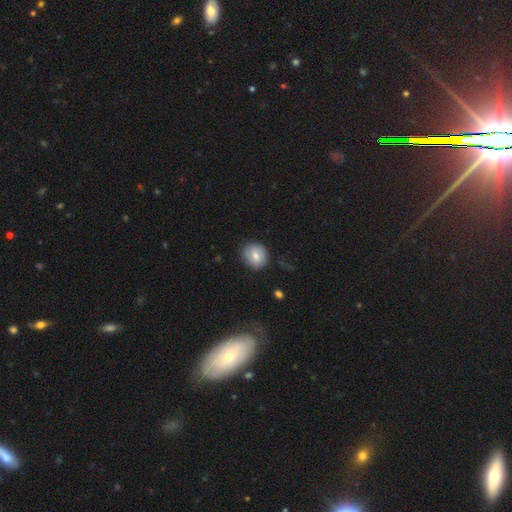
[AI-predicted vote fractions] smooth 74%, featured or disk 17%, star or artifact 8%. Down the decision tree: how rounded — round (76%); merging — none (81%).